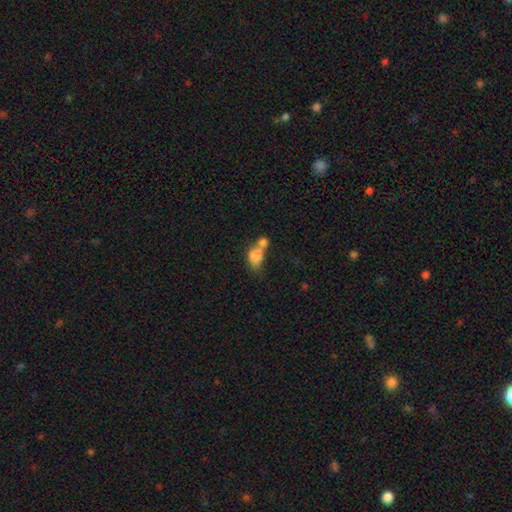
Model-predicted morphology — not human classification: This is likely a smooth galaxy (77%). How rounded: likely in between (72%). Merging: likely merger (64%).